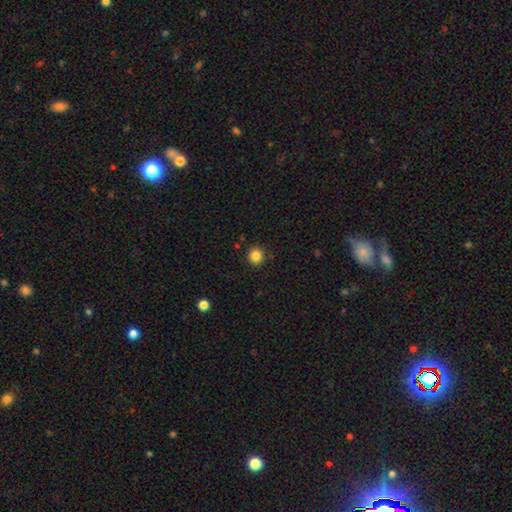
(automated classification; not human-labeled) Smooth or featured? Predicted: smooth (p=0.85). How rounded? Predicted: round (p=0.93). Merging? Predicted: none (p=0.91).